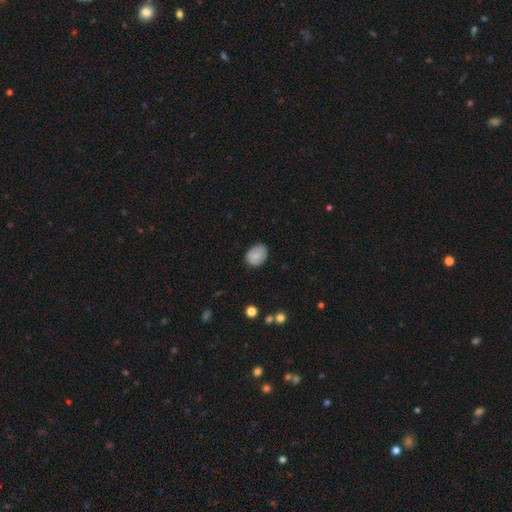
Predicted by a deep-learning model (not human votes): Morphology: type=smooth (73%); roundness=in between (56%); merging=none (76%).